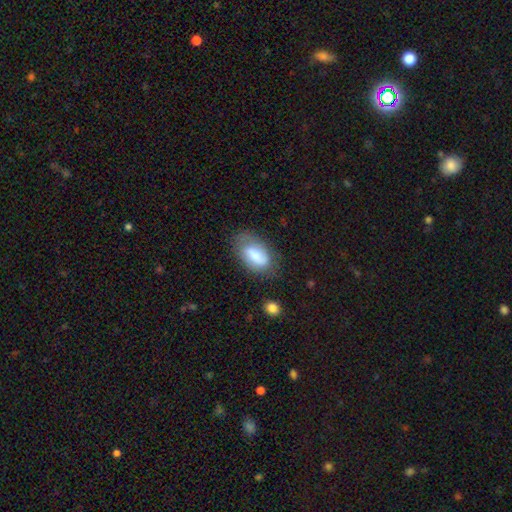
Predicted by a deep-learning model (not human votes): Smooth or featured? smooth (70%)
How rounded? in between (92%)
Merging? none (62%)